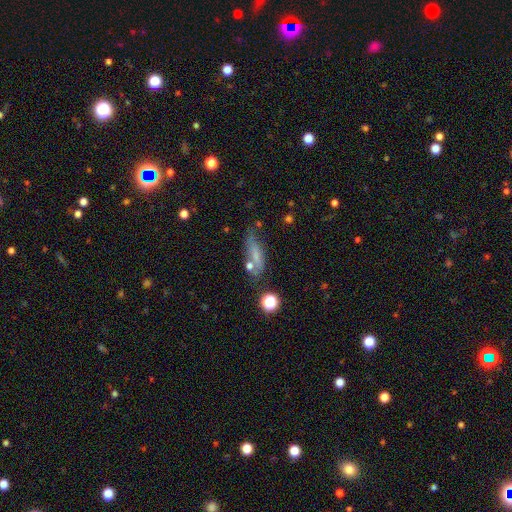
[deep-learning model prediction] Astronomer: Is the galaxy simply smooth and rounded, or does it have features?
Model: smooth — 56%.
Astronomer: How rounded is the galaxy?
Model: cigar-shaped — 57% (runner-up: in between, 38%).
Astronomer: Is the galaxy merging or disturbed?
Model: none — 59%.